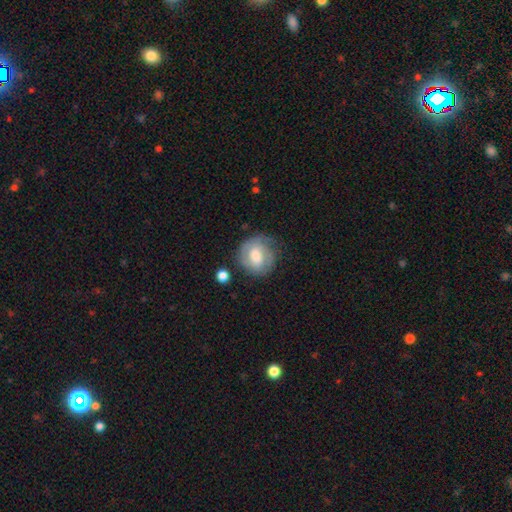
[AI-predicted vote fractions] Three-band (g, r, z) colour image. It shows a featured or disk galaxy (55%) with a weak bar (45%), spiral arms (79%) and a moderate central bulge (55%). Merging: none (67%).